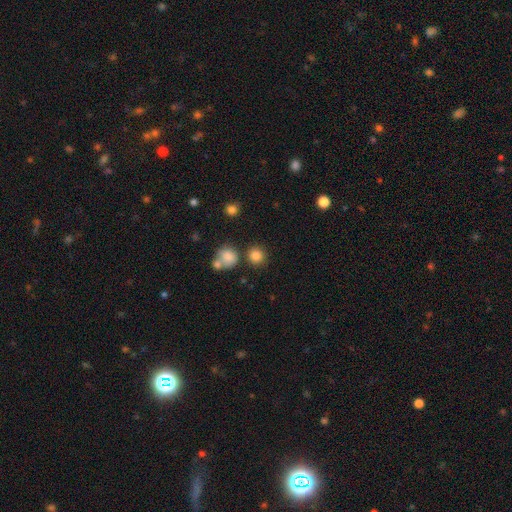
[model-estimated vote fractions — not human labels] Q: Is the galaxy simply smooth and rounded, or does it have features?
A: smooth — 83%.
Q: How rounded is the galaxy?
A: round — 90%.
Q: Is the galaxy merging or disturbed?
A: none — 77%.